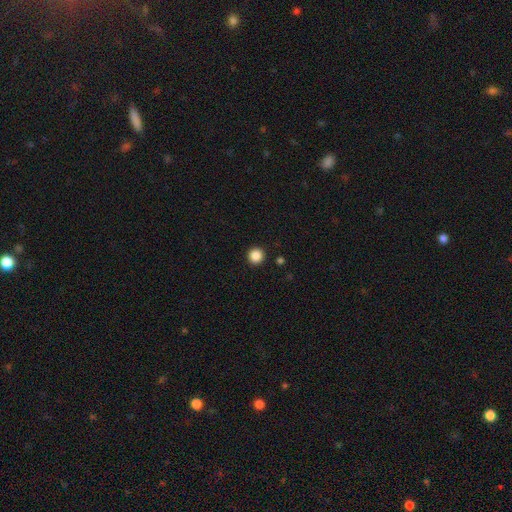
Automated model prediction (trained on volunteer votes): Smooth or featured: smooth — 87% (star or artifact — 10%)
How rounded: round — 96% (in between — 3%)
Merging: none — 94% (minor disturbance — 4%)